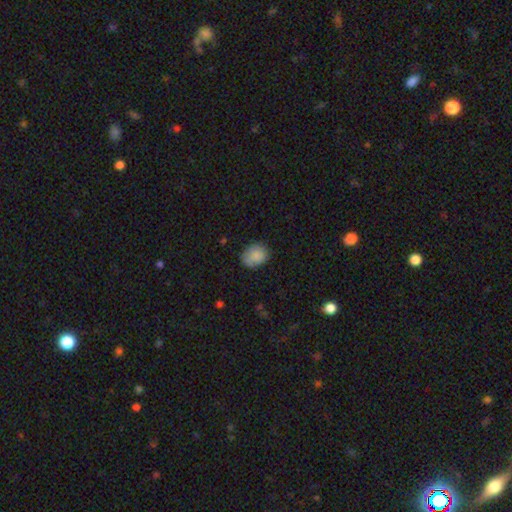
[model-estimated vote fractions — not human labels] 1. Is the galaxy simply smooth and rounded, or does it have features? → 83% smooth, 9% featured or disk, 8% star or artifact.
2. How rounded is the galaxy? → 53% round, 46% in between, 1% cigar-shaped.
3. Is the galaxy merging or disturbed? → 67% none, 25% minor disturbance, 6% major disturbance, 2% merger.